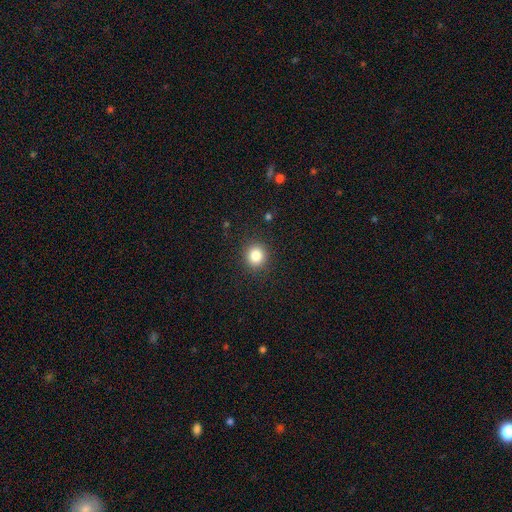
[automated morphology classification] Smooth or featured? Predicted: smooth (p=0.84). How rounded? Predicted: round (p=0.88). Merging? Predicted: none (p=0.90).